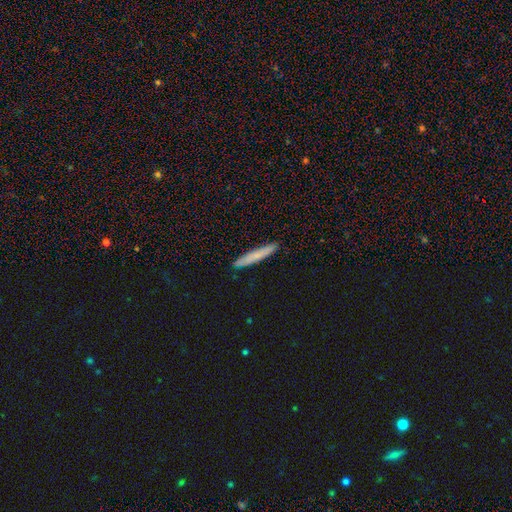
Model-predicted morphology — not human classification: Smooth or featured? Predicted: smooth (p=0.72). How rounded? Predicted: cigar-shaped (p=0.95). Merging? Predicted: none (p=0.91).